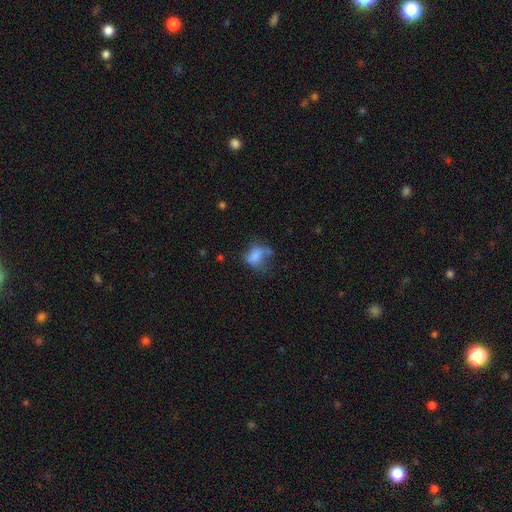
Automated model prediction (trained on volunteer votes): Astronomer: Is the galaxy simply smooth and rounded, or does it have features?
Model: smooth — 69%.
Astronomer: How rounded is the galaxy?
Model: in between — 73%.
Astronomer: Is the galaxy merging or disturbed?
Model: major disturbance — 33% (runner-up: none, 30%).